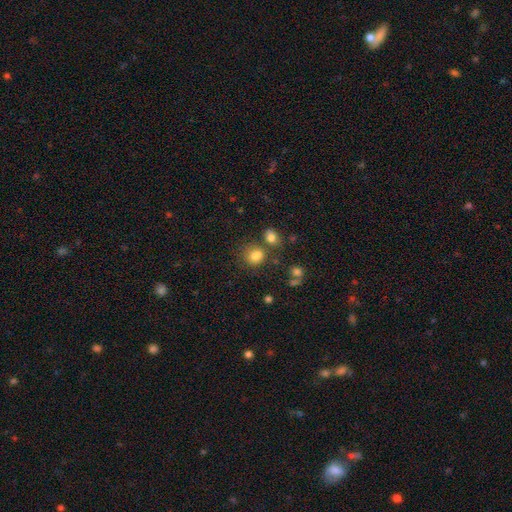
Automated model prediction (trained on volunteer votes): This appears to be a smooth galaxy with no disk features (80%) that is round (67%). Merging: none (63%).